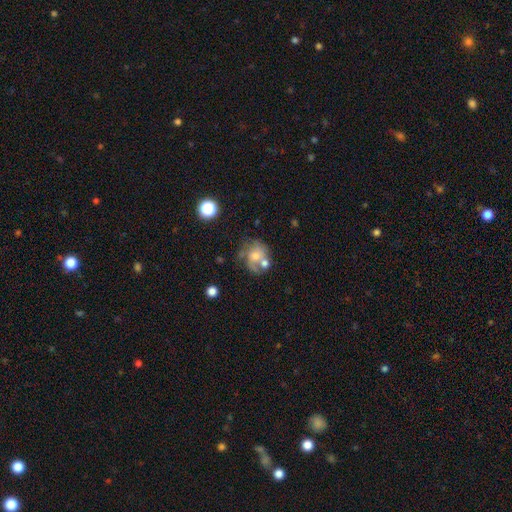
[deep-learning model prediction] Smooth or featured? featured or disk (47%)
Merging? none (34%)